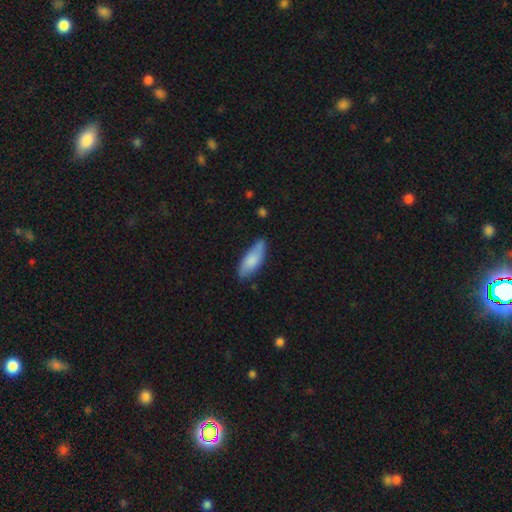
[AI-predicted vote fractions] Overall: smooth (73%). How rounded: in between (65%; cigar-shaped 33%). Merging: none (71%).